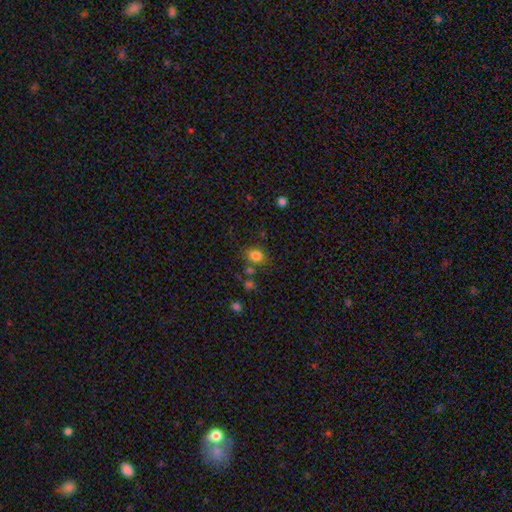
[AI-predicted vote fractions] Smooth or featured: smooth — 83% (star or artifact — 11%)
How rounded: round — 52% (in between — 47%)
Merging: none — 72% (minor disturbance — 14%)